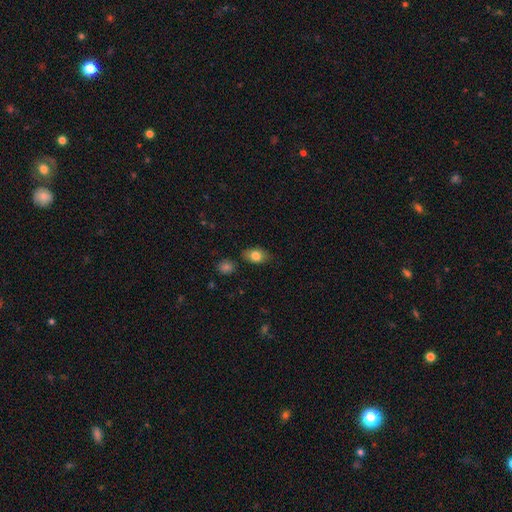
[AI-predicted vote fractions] The model was most divided on "smooth or featured": smooth: 79%, featured or disk: 13%, star or artifact: 8%. More confident: how rounded — in between (82%); merging — none (80%).